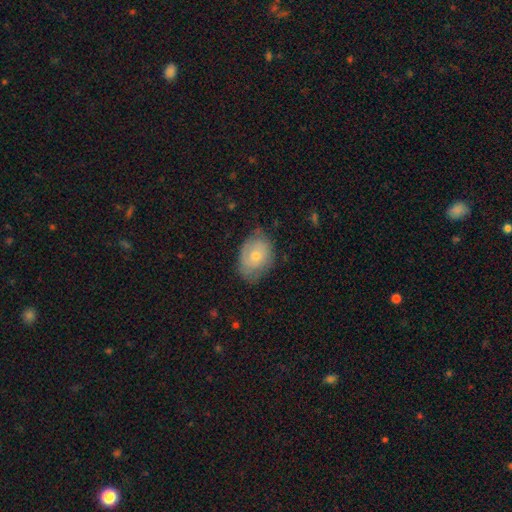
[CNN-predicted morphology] Q: Smooth or featured?
A: smooth (55%); runner-up: featured or disk (37%)
Q: How rounded?
A: in between (73%); runner-up: round (26%)
Q: Merging?
A: none (65%); runner-up: minor disturbance (27%)